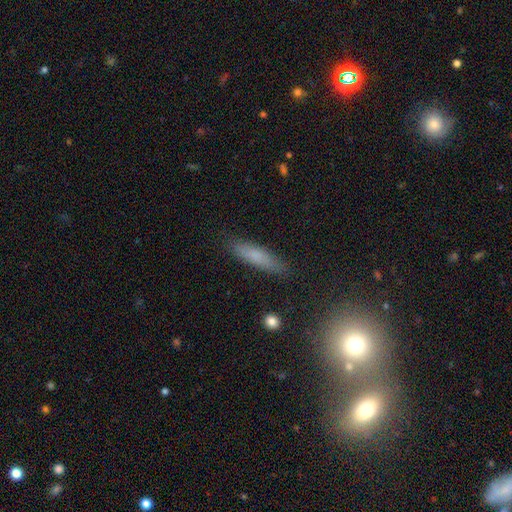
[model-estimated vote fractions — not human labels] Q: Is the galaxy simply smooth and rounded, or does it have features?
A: smooth — 74%.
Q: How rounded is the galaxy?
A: cigar-shaped — 75%.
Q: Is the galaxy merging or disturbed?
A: none — 86%.